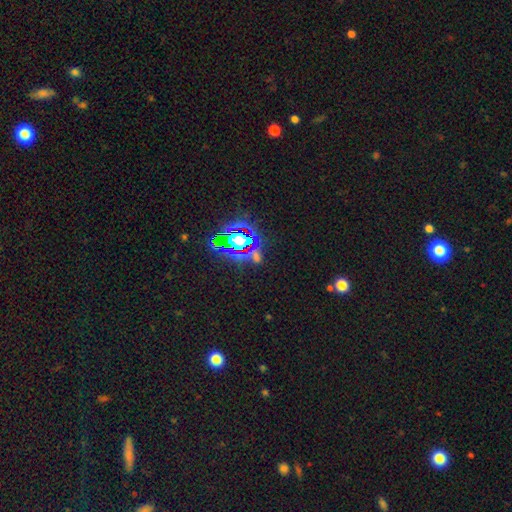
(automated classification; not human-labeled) smooth_or_featured: star or artifact (p=0.63) [alt: smooth p=0.25]